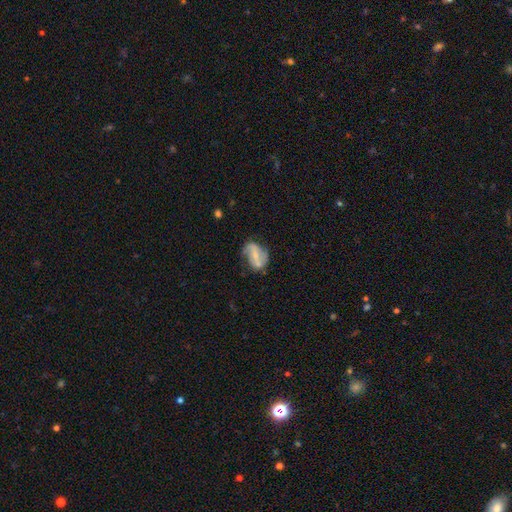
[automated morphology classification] Smooth or featured?
  - featured or disk: 67% *
  - smooth: 26%
  - star or artifact: 7%
Edge-on disk?
  - no: 96% *
  - yes: 4%
Bar?
  - weak: 37% *
  - strong: 32%
  - no: 31%
Spiral arms?
  - yes: 80% *
  - no: 20%
Spiral winding?
  - loose: 49% *
  - medium: 35%
  - tight: 15%
Spiral arm count?
  - 2: 83% *
  - can't tell: 9%
  - 1: 4%
  - 3: 2%
  - 4: 1%
  - more than 4: 1%
Bulge size?
  - small: 55% *
  - moderate: 30%
  - none: 12%
  - large: 2%
  - dominant: 1%
Merging?
  - none: 54% *
  - minor disturbance: 25%
  - major disturbance: 13%
  - merger: 9%